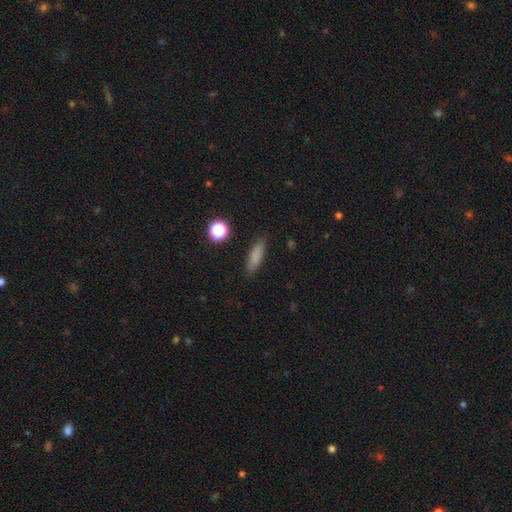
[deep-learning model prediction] Smooth or featured? smooth (82%)
How rounded? cigar-shaped (61%)
Merging? none (87%)